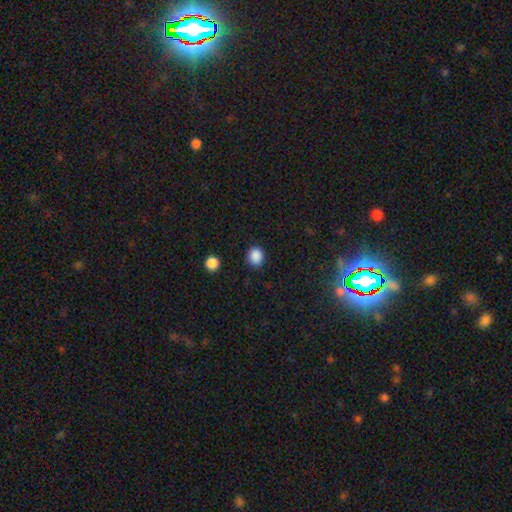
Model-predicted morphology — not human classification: This appears to be a smooth galaxy with no disk features (87%) that is round (74%). Merging: none (86%).